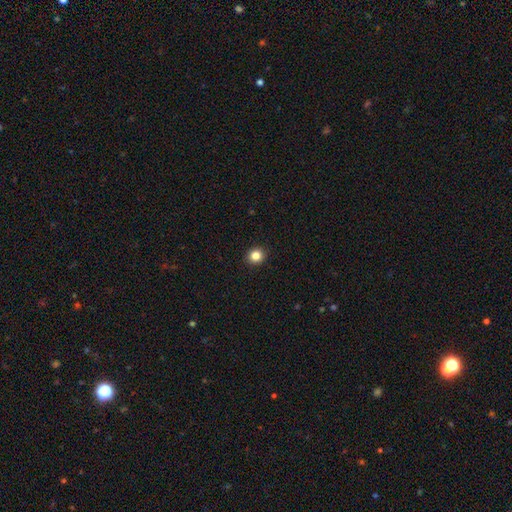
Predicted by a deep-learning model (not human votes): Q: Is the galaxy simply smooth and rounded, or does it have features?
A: smooth — 84%.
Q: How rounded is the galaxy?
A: round — 81%.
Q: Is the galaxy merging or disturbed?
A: none — 93%.